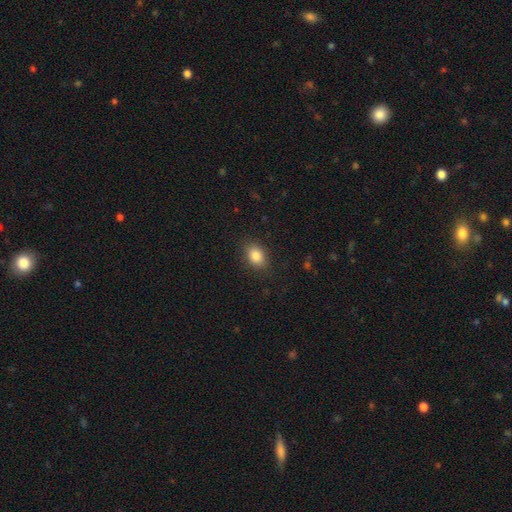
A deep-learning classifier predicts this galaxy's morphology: smooth 86%, star or artifact 9%, featured or disk 5%. Down the decision tree: how rounded — in between (73%); merging — none (86%).